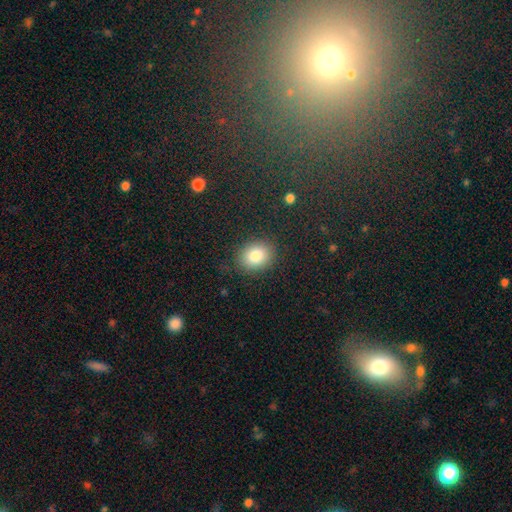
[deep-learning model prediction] Morphology: type=smooth (83%); roundness=round (58%); merging=none (86%).